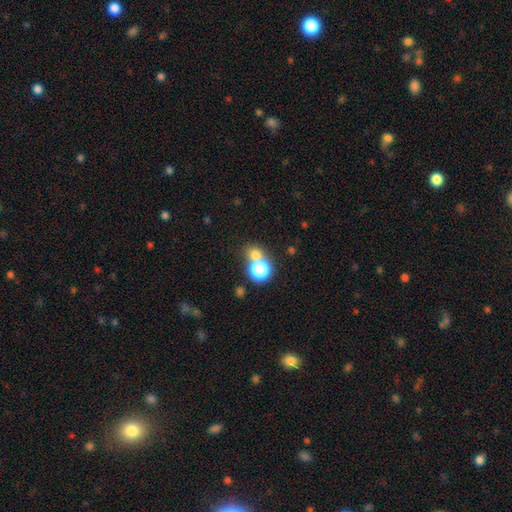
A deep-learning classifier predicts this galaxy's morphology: A smooth galaxy with no disk features (66%) that is round (80%). Merging: none (53%).